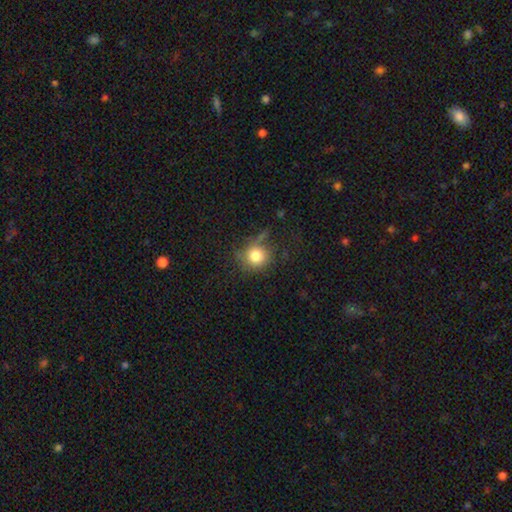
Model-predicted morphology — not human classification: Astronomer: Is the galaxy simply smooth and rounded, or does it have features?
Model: smooth — 79%.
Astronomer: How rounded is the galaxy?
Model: round — 89%.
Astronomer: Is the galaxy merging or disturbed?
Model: none — 68%.